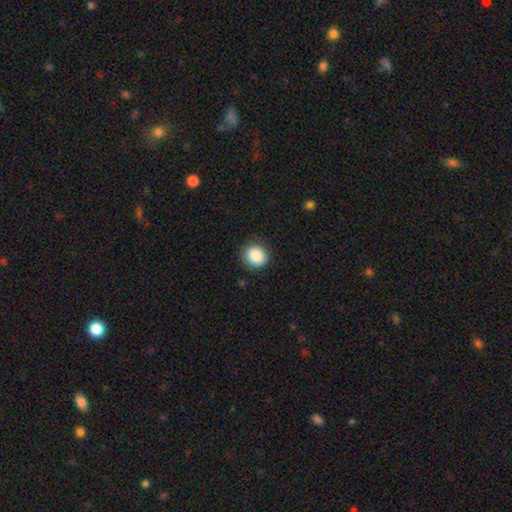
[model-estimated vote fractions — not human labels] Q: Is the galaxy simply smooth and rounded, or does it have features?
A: smooth — 87%.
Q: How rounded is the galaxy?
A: round — 81%.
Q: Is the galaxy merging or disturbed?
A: none — 86%.